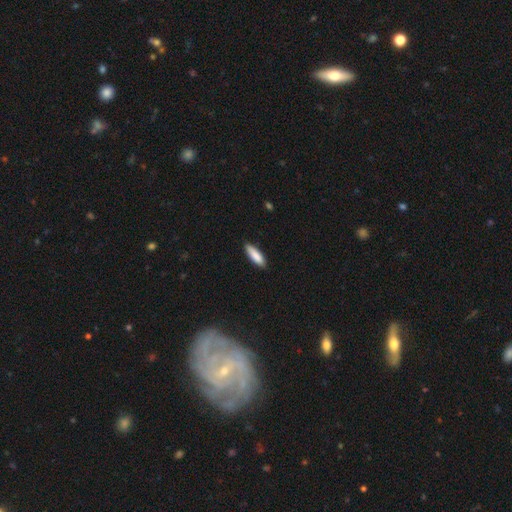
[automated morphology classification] Overall: smooth (87%). How rounded: cigar-shaped (54%; in between 44%). Merging: none (85%).